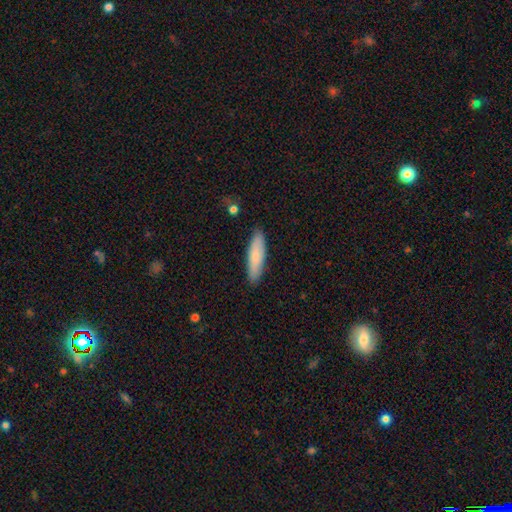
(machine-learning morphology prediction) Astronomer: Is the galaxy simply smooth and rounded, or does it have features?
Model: smooth — 80%.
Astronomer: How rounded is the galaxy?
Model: cigar-shaped — 69%.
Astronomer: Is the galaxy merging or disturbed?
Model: none — 88%.